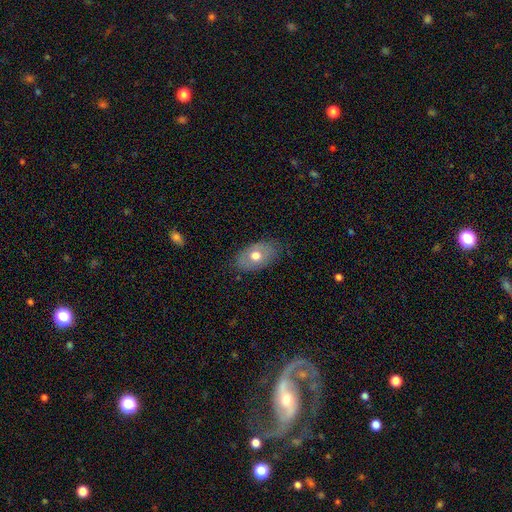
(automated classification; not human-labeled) Smooth or featured? Predicted: smooth (p=0.64). How rounded? Predicted: in between (p=0.88). Merging? Predicted: none (p=0.75).